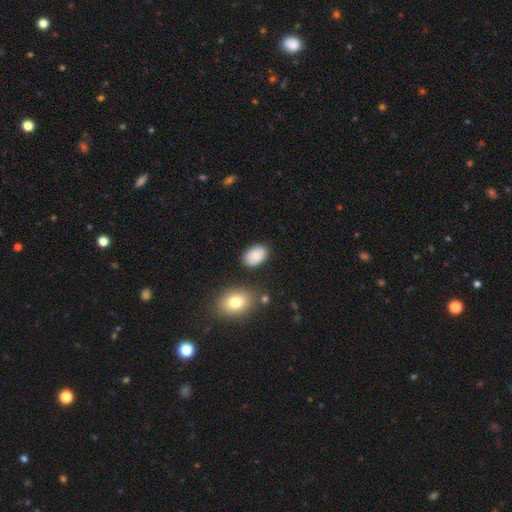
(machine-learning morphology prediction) Smooth or featured: smooth — 85% (featured or disk — 8%)
How rounded: in between — 89% (round — 10%)
Merging: none — 80% (minor disturbance — 13%)